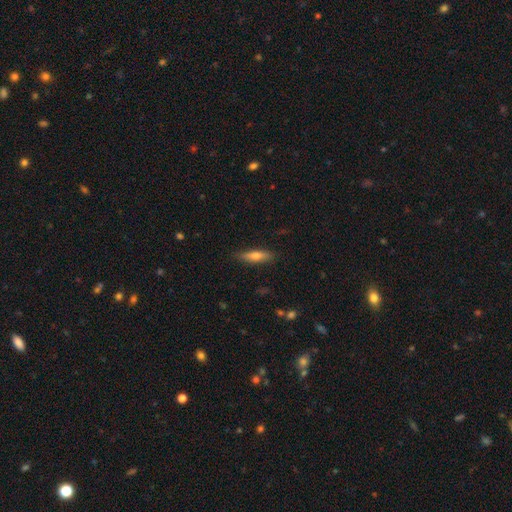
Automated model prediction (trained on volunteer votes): Q: Smooth or featured?
A: smooth (59%); runner-up: featured or disk (35%)
Q: How rounded?
A: cigar-shaped (73%); runner-up: in between (25%)
Q: Merging?
A: none (85%); runner-up: minor disturbance (11%)